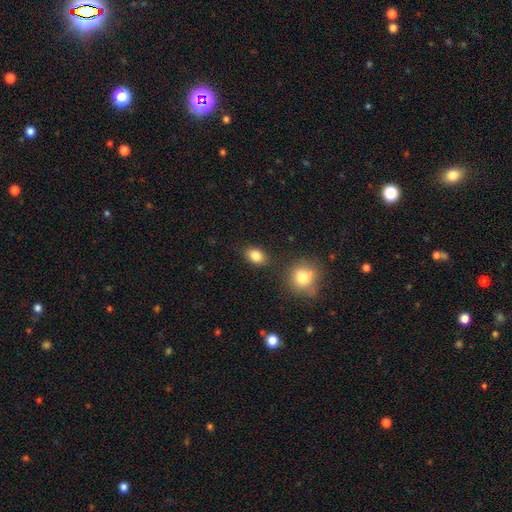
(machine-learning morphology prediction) smooth 84%, star or artifact 10%, featured or disk 6%. Down the decision tree: how rounded — in between (75%); merging — none (81%).